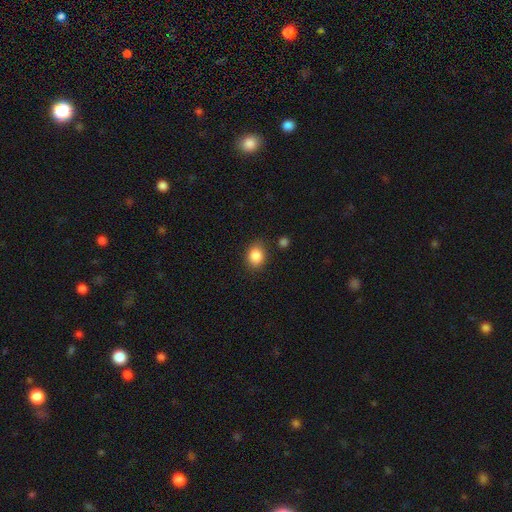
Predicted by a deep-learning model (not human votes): A smooth galaxy with no disk features (86%) that is round (53%). Merging: none (81%).